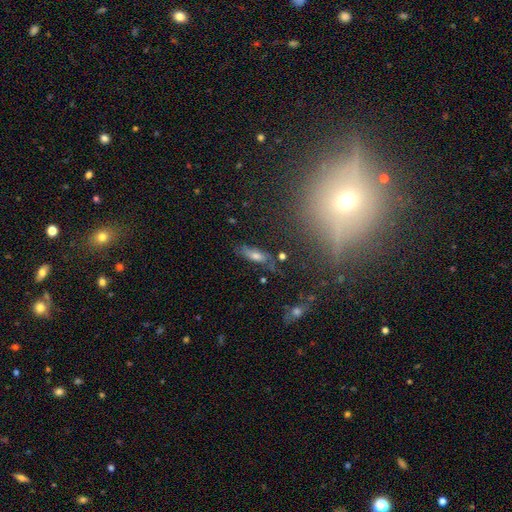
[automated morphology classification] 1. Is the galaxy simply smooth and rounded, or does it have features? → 49% smooth, 34% featured or disk, 18% star or artifact.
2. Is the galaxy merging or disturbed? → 73% none, 16% minor disturbance, 6% major disturbance, 4% merger.